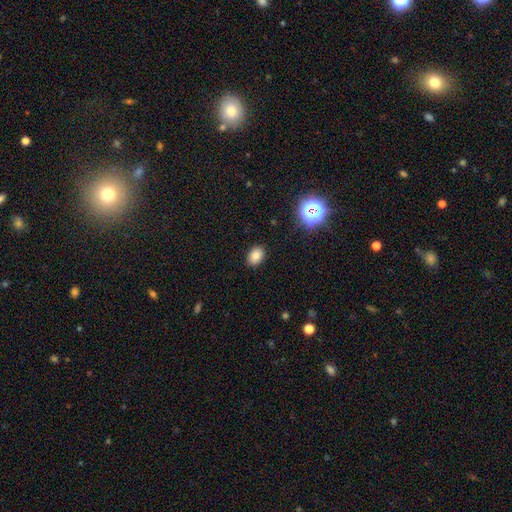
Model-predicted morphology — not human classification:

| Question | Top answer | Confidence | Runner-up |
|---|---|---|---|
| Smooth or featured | smooth | 82% | star or artifact (12%) |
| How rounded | in between | 72% | round (27%) |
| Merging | none | 89% | minor disturbance (8%) |